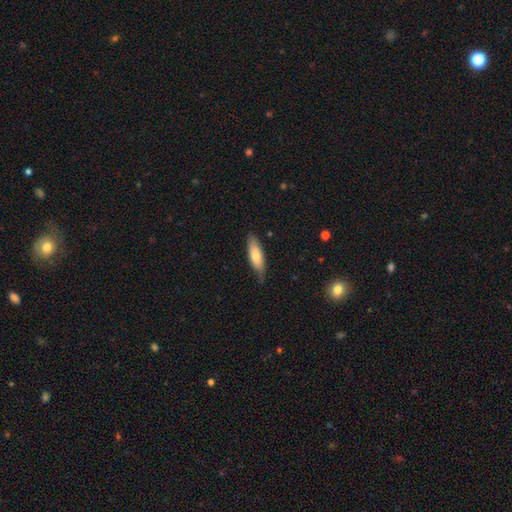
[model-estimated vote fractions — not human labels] smooth-or-featured: smooth: 73% | featured or disk: 21% | star or artifact: 6%
  how-rounded: in between: 56% | cigar-shaped: 42% | round: 2%
  merging: none: 76% | minor disturbance: 20% | major disturbance: 3% | merger: 1%